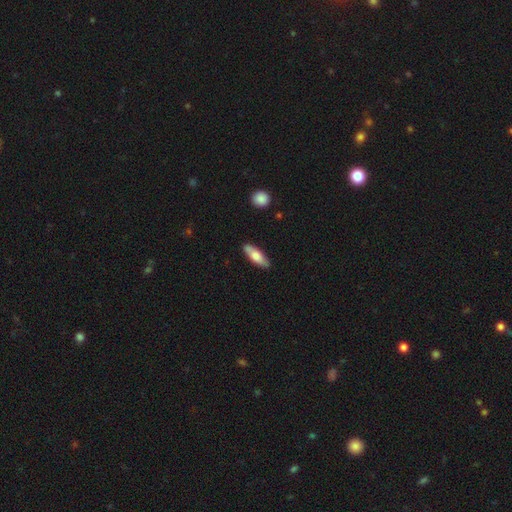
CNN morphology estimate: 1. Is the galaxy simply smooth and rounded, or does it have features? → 67% smooth, 28% featured or disk, 5% star or artifact.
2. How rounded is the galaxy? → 52% in between, 46% cigar-shaped, 2% round.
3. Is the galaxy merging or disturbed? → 85% none, 11% minor disturbance, 2% major disturbance, 2% merger.